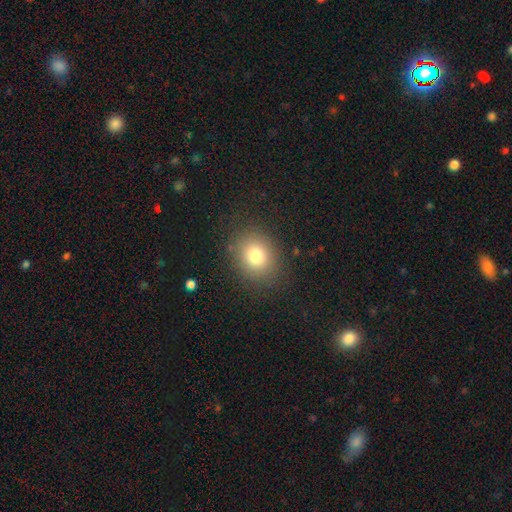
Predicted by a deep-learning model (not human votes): smooth_or_featured: smooth (p=0.79) [alt: star or artifact p=0.12]
how_rounded: round (p=0.67) [alt: in between p=0.32]
merging: none (p=0.86) [alt: minor disturbance p=0.09]